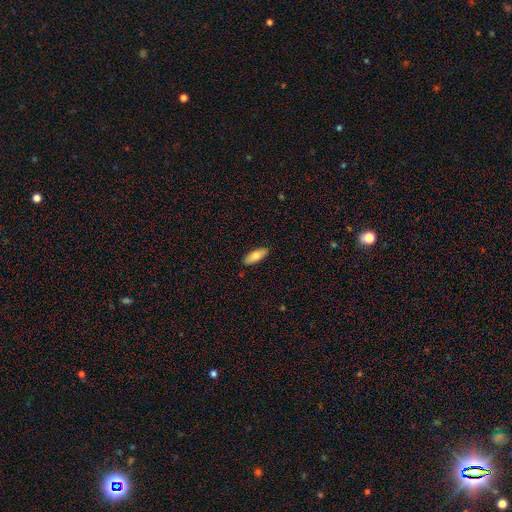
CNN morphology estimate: The model was most divided on "how rounded": in between: 73%, cigar-shaped: 25%, round: 2%. More confident: merging — none (89%); smooth or featured — smooth (78%).